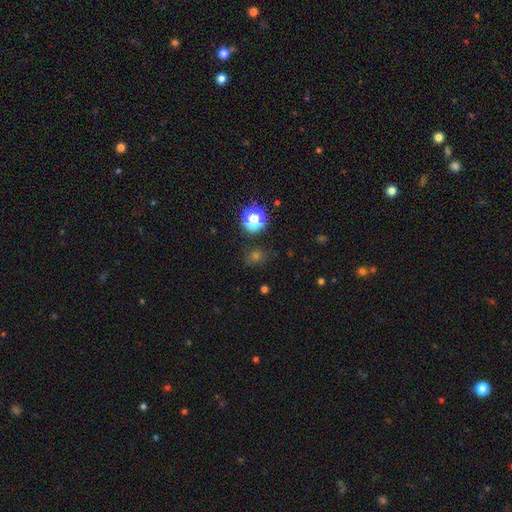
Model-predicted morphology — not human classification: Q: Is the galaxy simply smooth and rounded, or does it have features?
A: smooth — 54%.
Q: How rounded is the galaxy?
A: round — 77%.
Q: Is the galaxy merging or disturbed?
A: none — 82%.